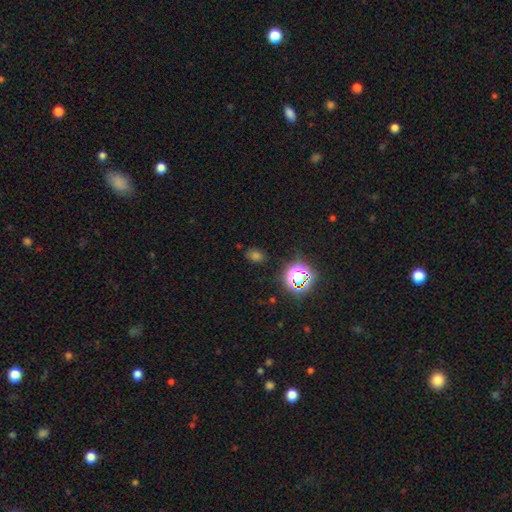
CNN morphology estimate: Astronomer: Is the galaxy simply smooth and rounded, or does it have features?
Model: smooth — 52% (runner-up: star or artifact, 41%).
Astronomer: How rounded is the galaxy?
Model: in between — 55% (runner-up: round, 43%).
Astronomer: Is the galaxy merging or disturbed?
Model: none — 82%.